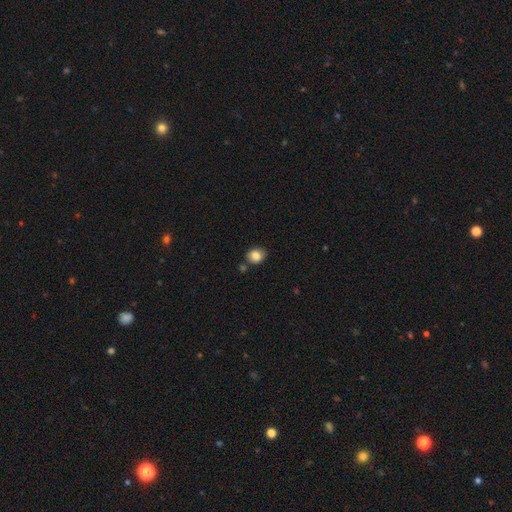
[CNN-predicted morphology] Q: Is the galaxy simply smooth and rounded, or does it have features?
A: smooth — 84%.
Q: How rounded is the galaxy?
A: round — 60%.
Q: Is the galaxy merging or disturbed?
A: none — 76%.